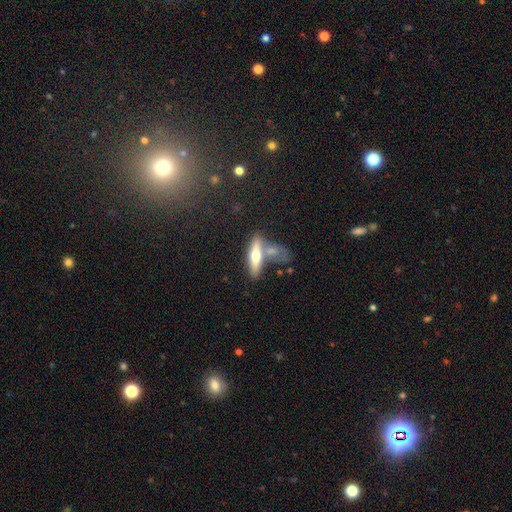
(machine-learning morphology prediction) Q: Smooth or featured?
A: smooth (52%); runner-up: featured or disk (41%)
Q: How rounded?
A: cigar-shaped (62%); runner-up: in between (35%)
Q: Merging?
A: none (43%); runner-up: merger (39%)